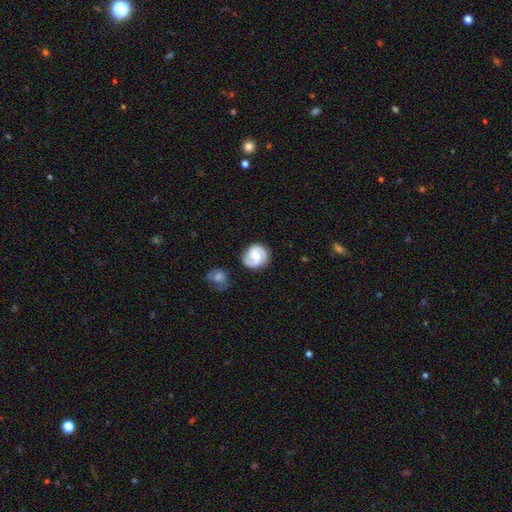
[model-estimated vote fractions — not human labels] Q: Smooth or featured?
A: featured or disk (73%); runner-up: smooth (22%)
Q: Edge-on disk?
A: no (98%); runner-up: yes (2%)
Q: Bar?
A: weak (48%); runner-up: no (39%)
Q: Spiral arms?
A: yes (95%); runner-up: no (5%)
Q: Spiral winding?
A: medium (47%); runner-up: tight (34%)
Q: Spiral arm count?
A: 2 (86%); runner-up: can't tell (5%)
Q: Bulge size?
A: moderate (47%); runner-up: small (37%)
Q: Merging?
A: none (77%); runner-up: minor disturbance (15%)